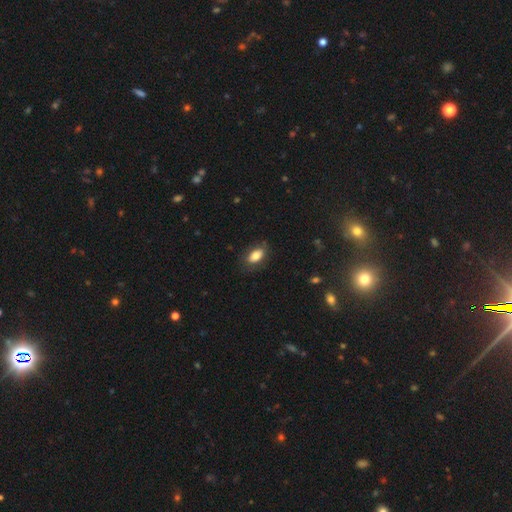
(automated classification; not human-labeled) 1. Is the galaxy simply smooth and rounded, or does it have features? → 81% smooth, 12% featured or disk, 7% star or artifact.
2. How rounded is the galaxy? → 90% in between, 6% round, 4% cigar-shaped.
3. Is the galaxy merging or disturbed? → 80% none, 15% minor disturbance, 4% major disturbance, 1% merger.